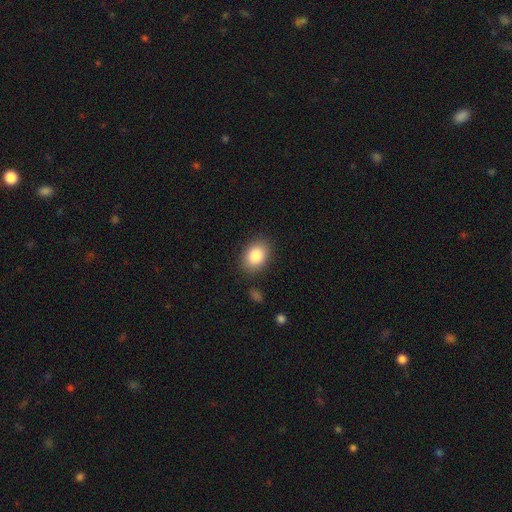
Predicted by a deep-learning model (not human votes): Smooth or featured? smooth (86%)
How rounded? in between (74%)
Merging? none (85%)